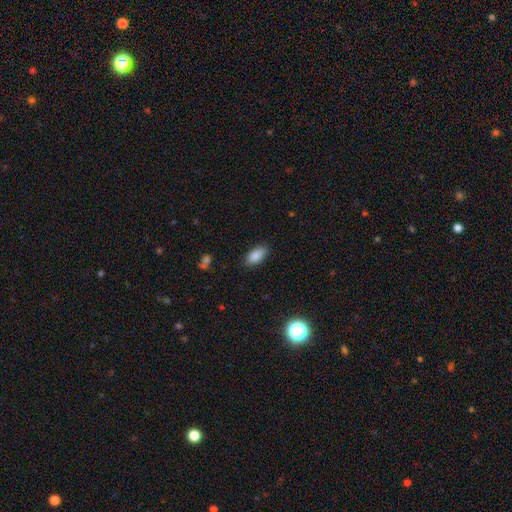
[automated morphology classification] Smooth or featured? Predicted: smooth (p=0.87). How rounded? Predicted: in between (p=0.90). Merging? Predicted: none (p=0.85).